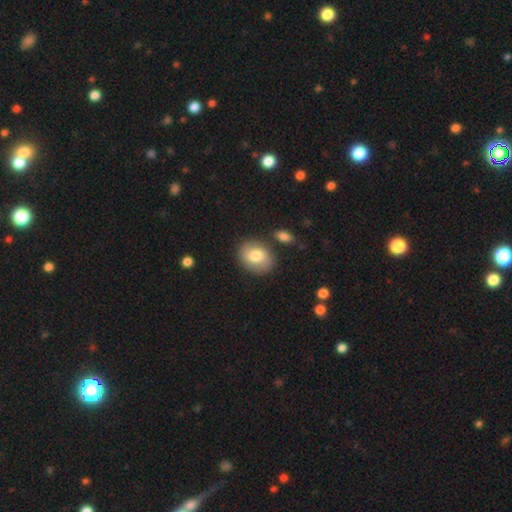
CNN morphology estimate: Smooth or featured: smooth — 77% (featured or disk — 16%)
How rounded: in between — 53% (round — 46%)
Merging: none — 78% (minor disturbance — 13%)